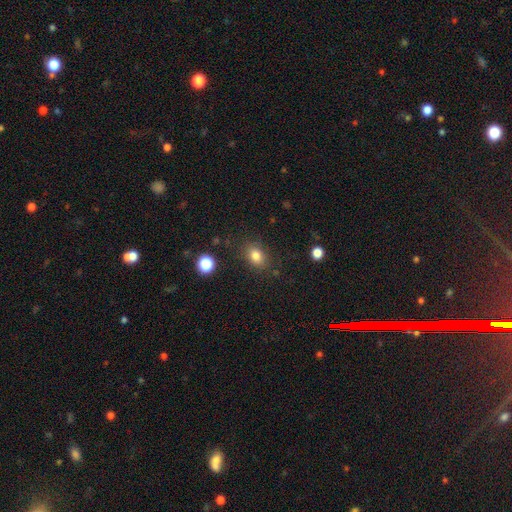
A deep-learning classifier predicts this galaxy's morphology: The model was most divided on "how rounded": in between: 68%, round: 30%, cigar-shaped: 1%. More confident: merging — none (82%); smooth or featured — smooth (81%).